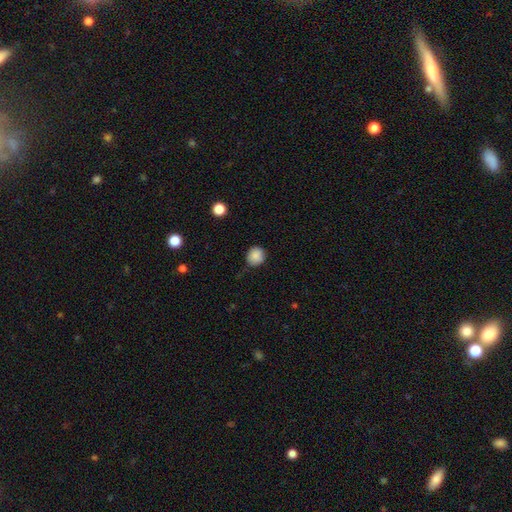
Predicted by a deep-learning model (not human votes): Smooth or featured? smooth (87%)
How rounded? round (84%)
Merging? none (78%)